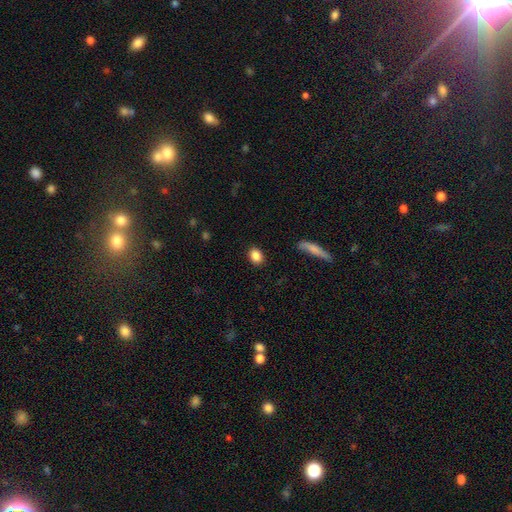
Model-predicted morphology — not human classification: Q: Smooth or featured?
A: smooth (87%); runner-up: star or artifact (8%)
Q: How rounded?
A: in between (59%); runner-up: round (39%)
Q: Merging?
A: none (89%); runner-up: minor disturbance (7%)